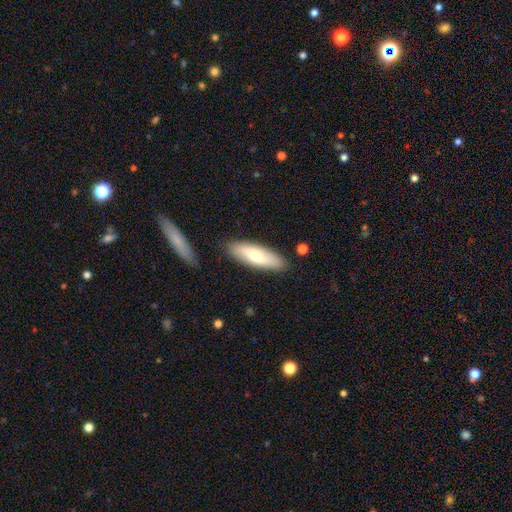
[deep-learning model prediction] Smooth or featured: smooth — 64% (featured or disk — 31%)
How rounded: in between — 53% (cigar-shaped — 45%)
Merging: none — 86% (minor disturbance — 10%)